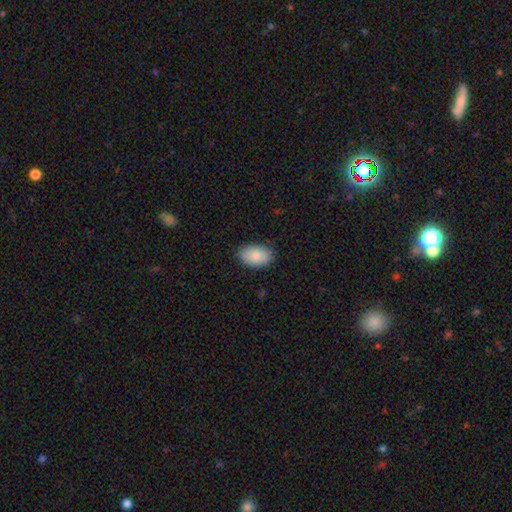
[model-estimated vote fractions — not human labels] Smooth or featured? Predicted: smooth (p=0.86). How rounded? Predicted: in between (p=0.92). Merging? Predicted: none (p=0.86).